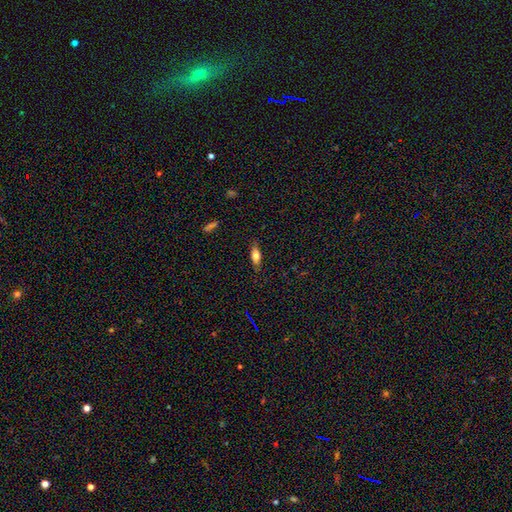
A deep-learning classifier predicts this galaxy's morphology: smooth_or_featured: smooth (p=0.69) [alt: featured or disk p=0.22]
how_rounded: in between (p=0.68) [alt: cigar-shaped p=0.29]
merging: none (p=0.83) [alt: minor disturbance p=0.13]